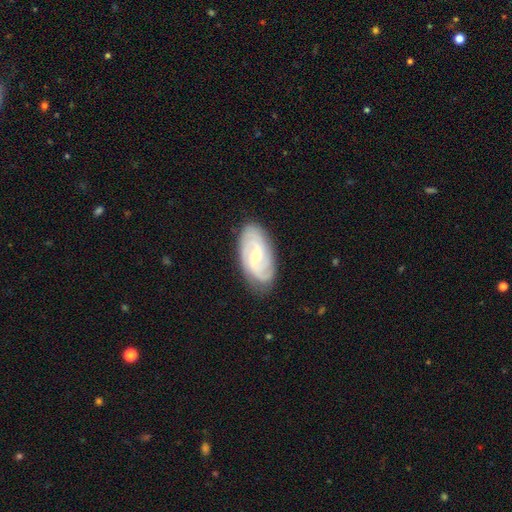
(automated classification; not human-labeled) A featured or disk galaxy (82%) with a weak bar (47%), 2 (48%) tight (48%) spiral arms (96%) and a small central bulge (52%).

Vote fractions:
- Smooth or featured? featured or disk: 82% / smooth: 13% / star or artifact: 5%
- Edge-on disk? no: 95% / yes: 5%
- Bar? weak: 47% / no: 41% / strong: 11%
- Spiral arms? yes: 96% / no: 4%
- Spiral winding? tight: 48% / medium: 39% / loose: 13%
- Spiral arm count? 2: 48% / 3: 22% / can't tell: 19% / 4: 5% / 1: 3% / more than 4: 3%
- Bulge size? small: 52% / moderate: 45% / large: 1% / none: 1% / dominant: 1%
- Merging? none: 82% / minor disturbance: 14% / major disturbance: 3% / merger: 1%